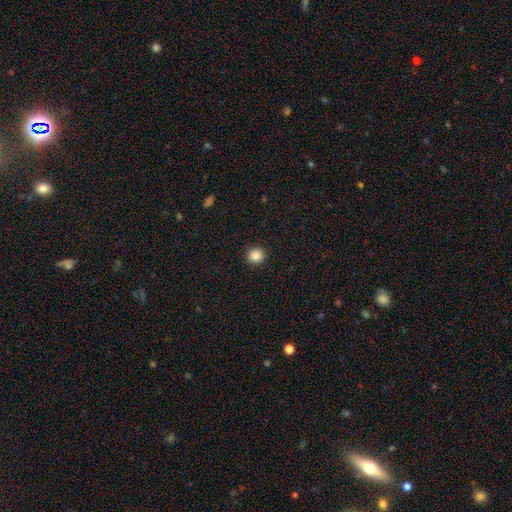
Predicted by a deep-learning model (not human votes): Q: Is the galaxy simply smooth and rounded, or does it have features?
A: smooth — 87%.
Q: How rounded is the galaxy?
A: round — 90%.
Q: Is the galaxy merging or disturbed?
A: none — 92%.